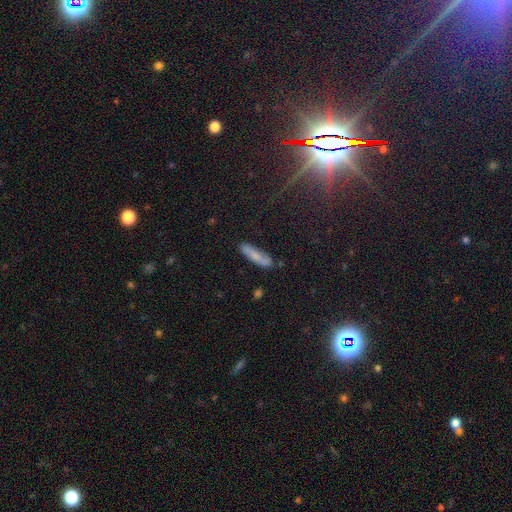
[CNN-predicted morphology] Overall: smooth (69%). How rounded: cigar-shaped (77%). Merging: none (79%).